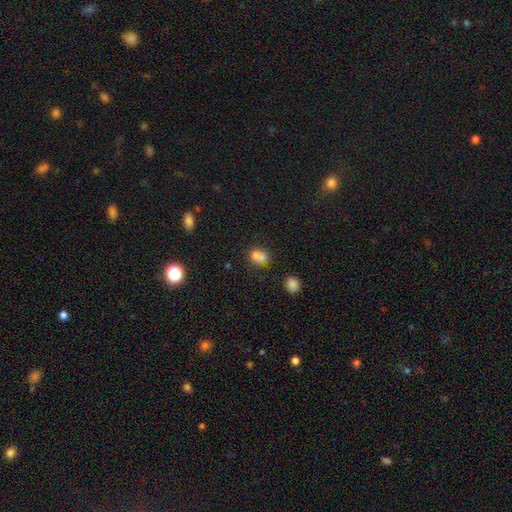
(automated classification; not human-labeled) This is likely a smooth galaxy (72%). How rounded: possibly round (58%). Merging: marginally none (43%).